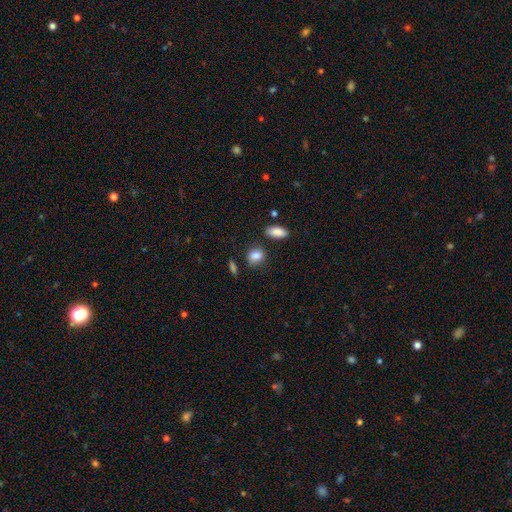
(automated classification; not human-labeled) Overall: smooth (86%). How rounded: in between (51%; round 47%). Merging: none (77%).